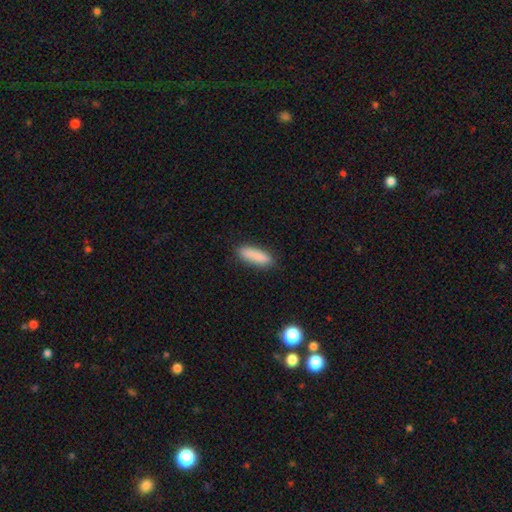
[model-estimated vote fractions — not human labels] smooth 87%, star or artifact 7%, featured or disk 6%. Down the decision tree: how rounded — cigar-shaped (58%); merging — none (85%).